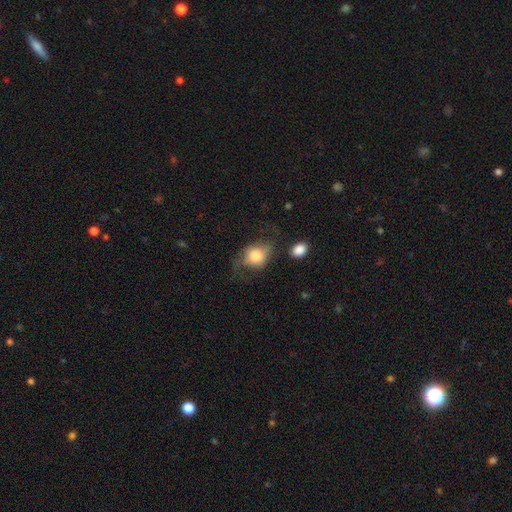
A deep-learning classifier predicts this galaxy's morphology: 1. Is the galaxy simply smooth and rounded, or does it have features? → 66% smooth, 26% featured or disk, 8% star or artifact.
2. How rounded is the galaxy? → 51% in between, 48% round, 2% cigar-shaped.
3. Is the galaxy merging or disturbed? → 38% none, 29% major disturbance, 28% minor disturbance, 4% merger.